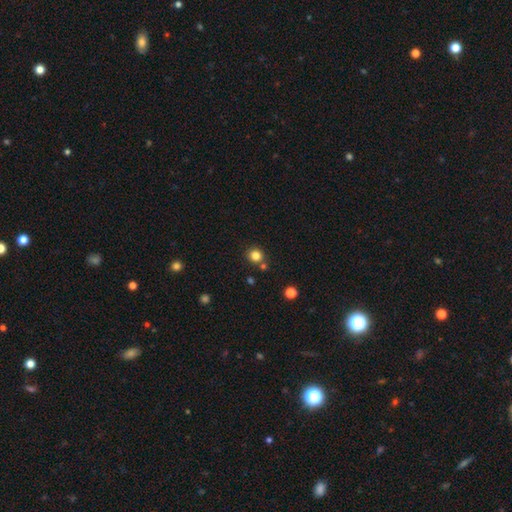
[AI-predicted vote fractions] This is clearly a smooth galaxy (82%). How rounded: clearly round (91%). Merging: clearly none (80%).